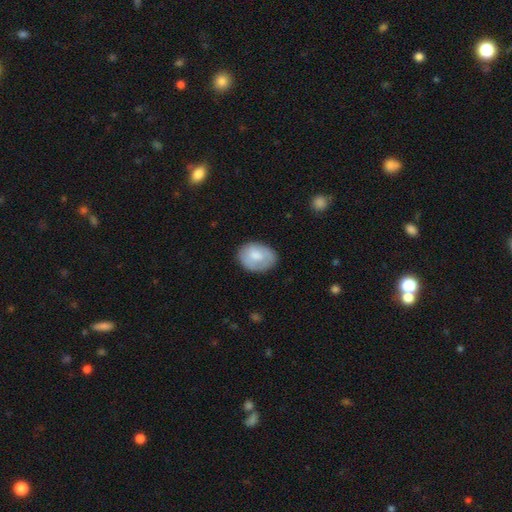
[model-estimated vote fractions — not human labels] Morphology: type=smooth (67%); roundness=in between (68%); merging=none (74%).